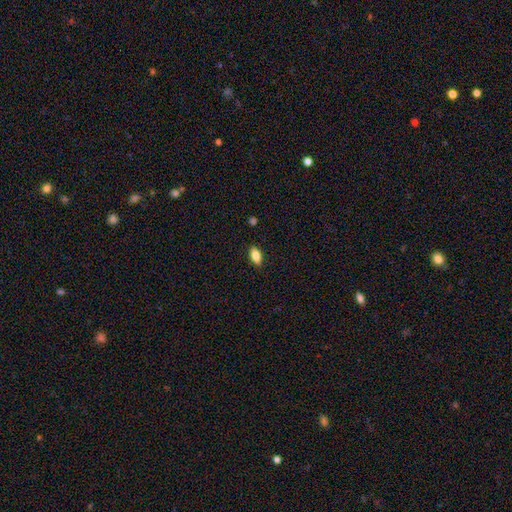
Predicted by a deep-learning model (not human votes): smooth 81%, featured or disk 11%, star or artifact 8%. Down the decision tree: how rounded — in between (87%); merging — none (87%).